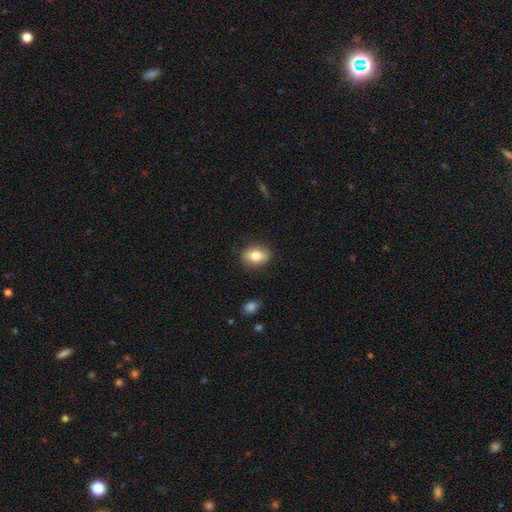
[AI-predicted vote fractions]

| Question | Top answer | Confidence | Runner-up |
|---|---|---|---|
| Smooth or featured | smooth | 79% | featured or disk (14%) |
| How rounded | in between | 74% | round (24%) |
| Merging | none | 83% | minor disturbance (12%) |